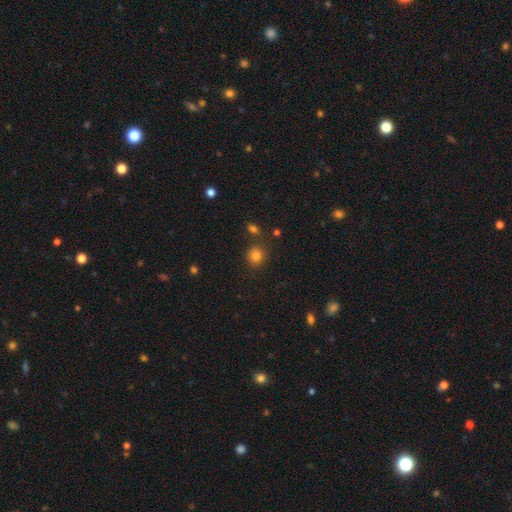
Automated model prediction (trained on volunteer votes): smooth-or-featured: smooth: 82% | star or artifact: 13% | featured or disk: 5%
  how-rounded: round: 82% | in between: 17% | cigar-shaped: 1%
  merging: none: 81% | minor disturbance: 10% | merger: 6% | major disturbance: 3%